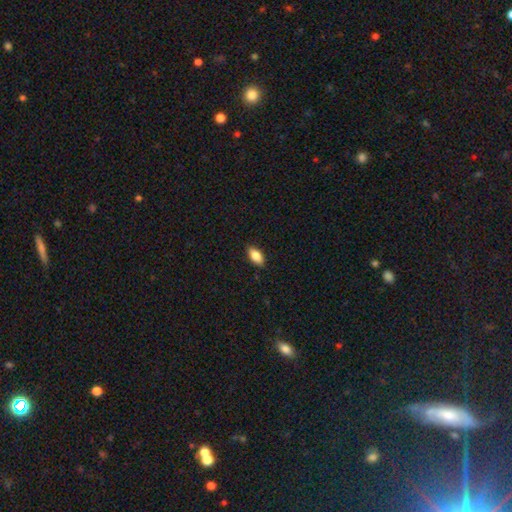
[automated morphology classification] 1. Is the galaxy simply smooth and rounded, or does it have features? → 83% smooth, 10% featured or disk, 7% star or artifact.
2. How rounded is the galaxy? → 90% in between, 7% cigar-shaped, 3% round.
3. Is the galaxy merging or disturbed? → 88% none, 9% minor disturbance, 2% major disturbance, 1% merger.